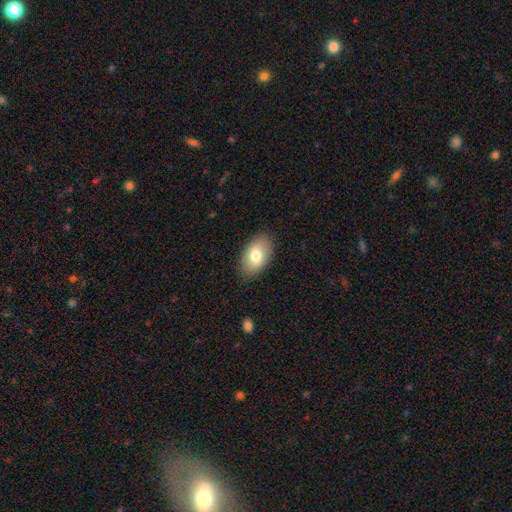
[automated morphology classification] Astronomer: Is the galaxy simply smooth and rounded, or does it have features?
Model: smooth — 76%.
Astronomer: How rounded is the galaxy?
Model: in between — 92%.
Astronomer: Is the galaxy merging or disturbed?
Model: none — 84%.